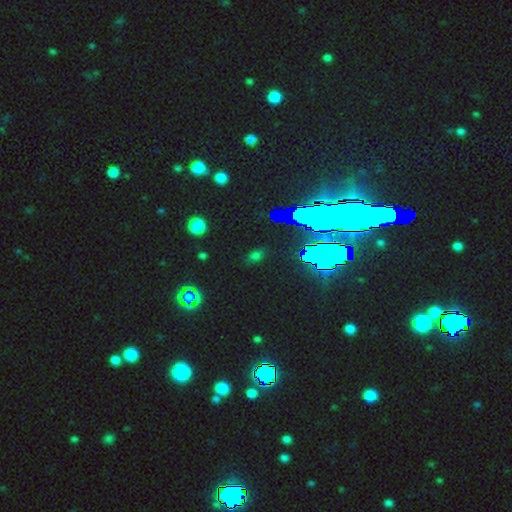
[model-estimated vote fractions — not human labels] Morphology: type=star or artifact (55%).